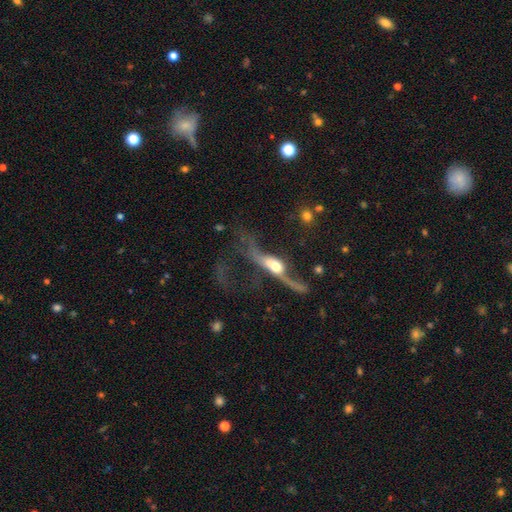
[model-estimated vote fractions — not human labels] smooth_or_featured: featured or disk (p=0.74) [alt: smooth p=0.13]
disk_edge_on: yes (p=0.83) [alt: no p=0.17]
edge_on_bulge: rounded (p=0.92) [alt: boxy p=0.04]
merging: none (p=0.49) [alt: major disturbance p=0.26]